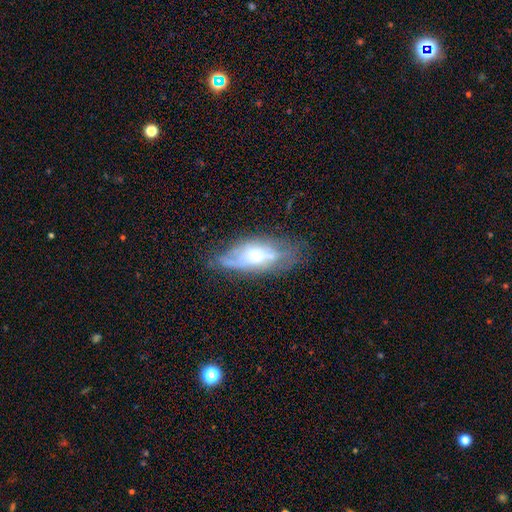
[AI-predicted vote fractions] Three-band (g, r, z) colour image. It shows a featured or disk galaxy (60%). Merging: none (52%).